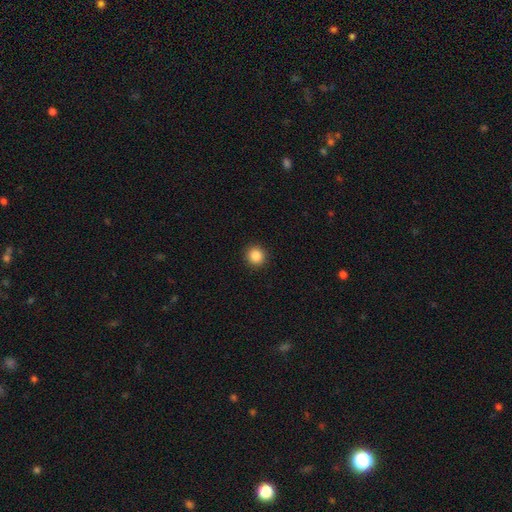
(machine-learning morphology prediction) smooth-or-featured: smooth: 87% | star or artifact: 10% | featured or disk: 3%
  how-rounded: round: 94% | in between: 5% | cigar-shaped: 1%
  merging: none: 93% | minor disturbance: 4% | major disturbance: 2% | merger: 1%